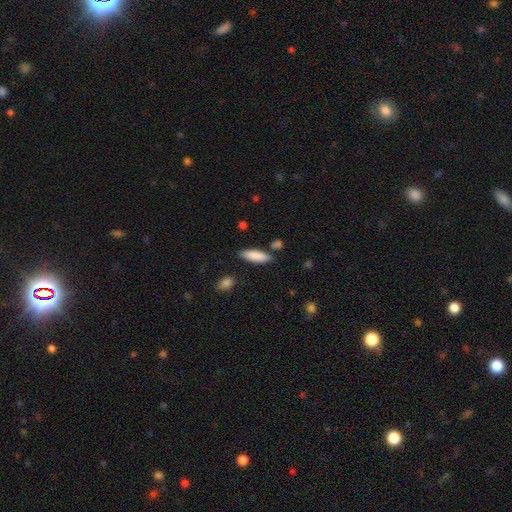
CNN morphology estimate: Q: Smooth or featured?
A: smooth (86%); runner-up: featured or disk (8%)
Q: How rounded?
A: in between (52%); runner-up: cigar-shaped (46%)
Q: Merging?
A: none (82%); runner-up: minor disturbance (11%)